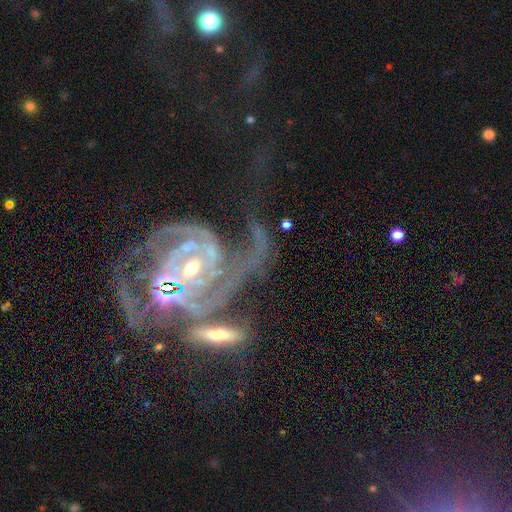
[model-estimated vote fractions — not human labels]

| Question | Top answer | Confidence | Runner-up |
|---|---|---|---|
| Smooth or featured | featured or disk | 88% | star or artifact (8%) |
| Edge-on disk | no | 96% | yes (4%) |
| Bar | no | 50% | weak (30%) |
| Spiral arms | yes | 97% | no (3%) |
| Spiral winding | tight | 49% | medium (39%) |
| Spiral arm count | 2 | 51% | 3 (16%) |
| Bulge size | small | 63% | moderate (32%) |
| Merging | merger | 35% | none (26%) |